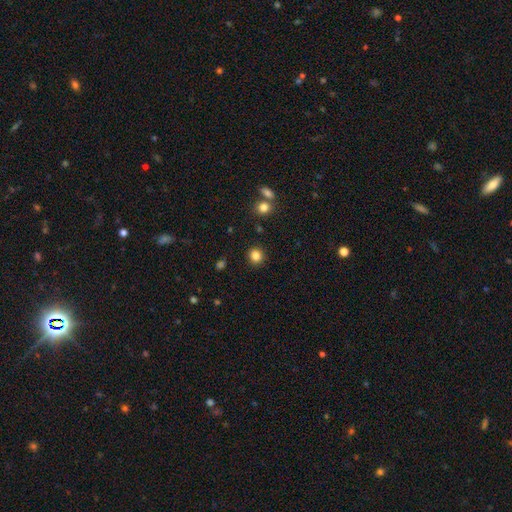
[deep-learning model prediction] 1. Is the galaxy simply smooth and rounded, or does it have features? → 84% smooth, 11% star or artifact, 5% featured or disk.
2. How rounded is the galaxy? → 90% round, 9% in between, 1% cigar-shaped.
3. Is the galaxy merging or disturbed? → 90% none, 6% minor disturbance, 2% major disturbance, 2% merger.